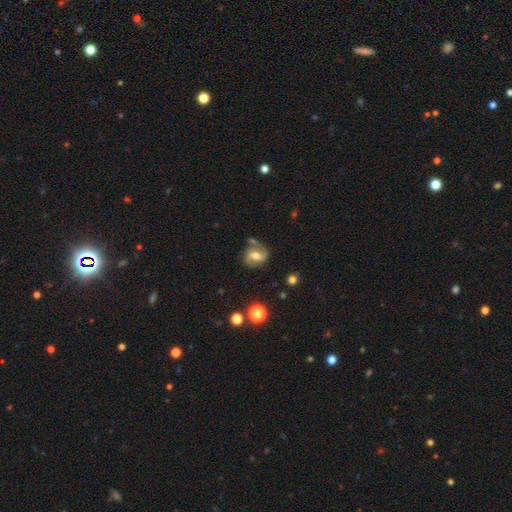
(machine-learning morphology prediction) Smooth or featured: featured or disk — 61% (smooth — 30%)
Edge-on disk: no — 96% (yes — 4%)
Bar: weak — 42% (strong — 31%)
Spiral arms: yes — 83% (no — 17%)
Bulge size: moderate — 68% (small — 21%)
Merging: none — 65% (minor disturbance — 19%)